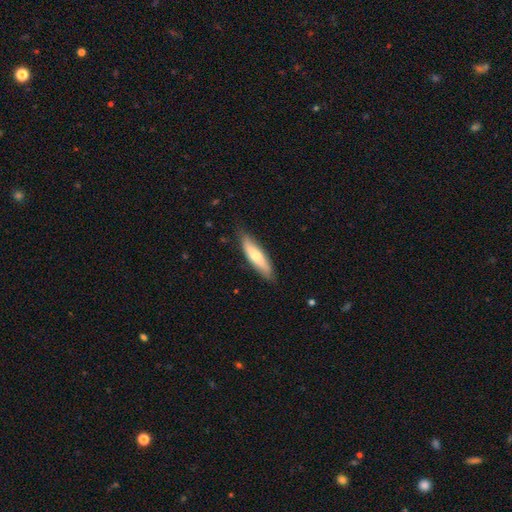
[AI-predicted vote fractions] This appears to be a smooth galaxy with no disk features (66%) that is cigar-shaped (66%). Merging: none (82%).